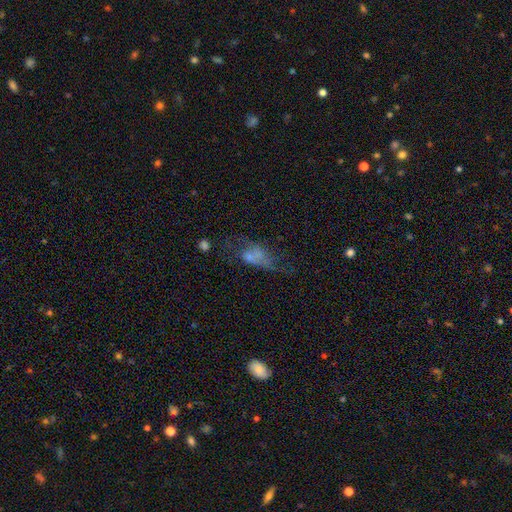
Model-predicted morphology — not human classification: smooth-or-featured: smooth: 45% | featured or disk: 38% | star or artifact: 17%
  merging: major disturbance: 36% | none: 27% | minor disturbance: 19% | merger: 18%